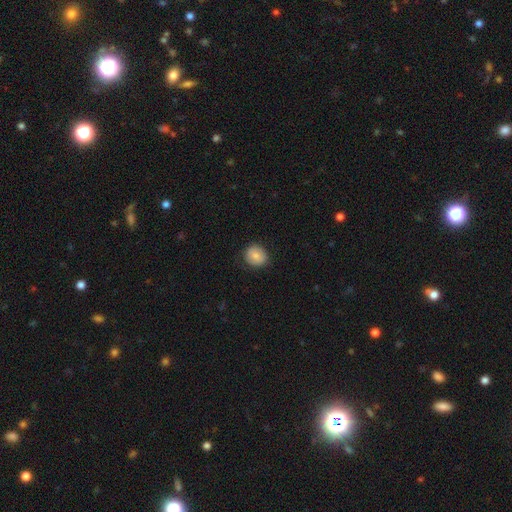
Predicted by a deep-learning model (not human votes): smooth-or-featured: smooth: 80% | featured or disk: 12% | star or artifact: 8%
  how-rounded: round: 81% | in between: 18% | cigar-shaped: 1%
  merging: none: 83% | minor disturbance: 13% | major disturbance: 3% | merger: 1%